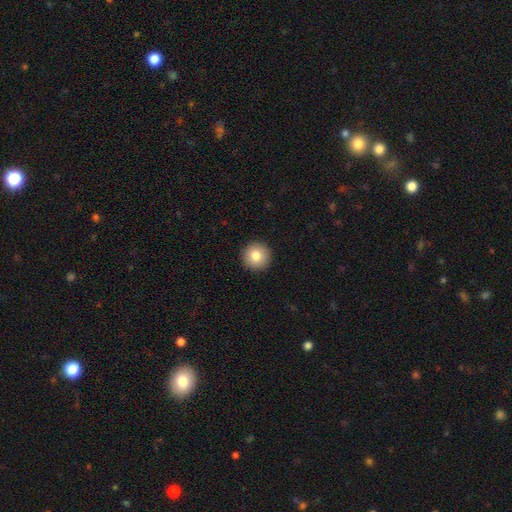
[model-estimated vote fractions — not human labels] A smooth galaxy with no disk features (82%) that is round (96%).

Vote fractions:
- Smooth or featured? smooth: 82% / star or artifact: 9% / featured or disk: 9%
- How rounded? round: 96% / in between: 3% / cigar-shaped: 1%
- Merging? none: 93% / minor disturbance: 4% / major disturbance: 1% / merger: 1%